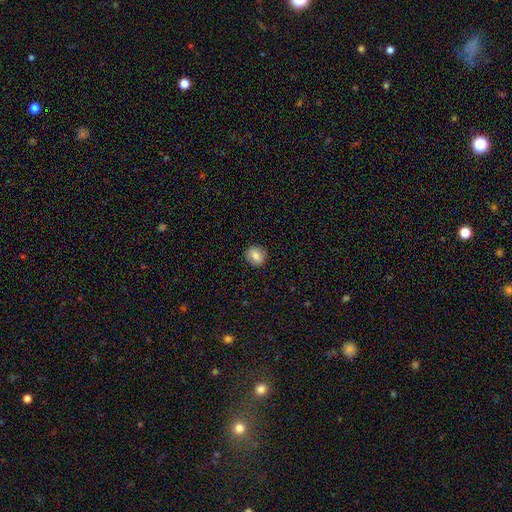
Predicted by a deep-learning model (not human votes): Smooth or featured? smooth (82%)
How rounded? round (80%)
Merging? none (90%)